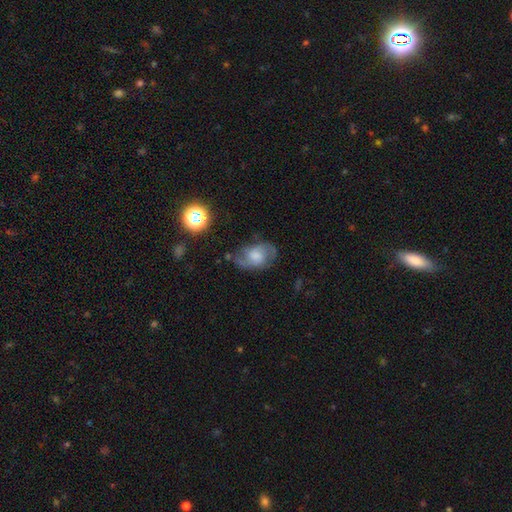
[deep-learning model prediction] smooth_or_featured: featured or disk (p=0.60) [alt: smooth p=0.31]
disk_edge_on: no (p=0.96) [alt: yes p=0.04]
bar: no (p=0.53) [alt: weak p=0.39]
has_spiral_arms: yes (p=0.86) [alt: no p=0.14]
bulge_size: moderate (p=0.30) [alt: large p=0.27]
merging: none (p=0.63) [alt: minor disturbance p=0.23]